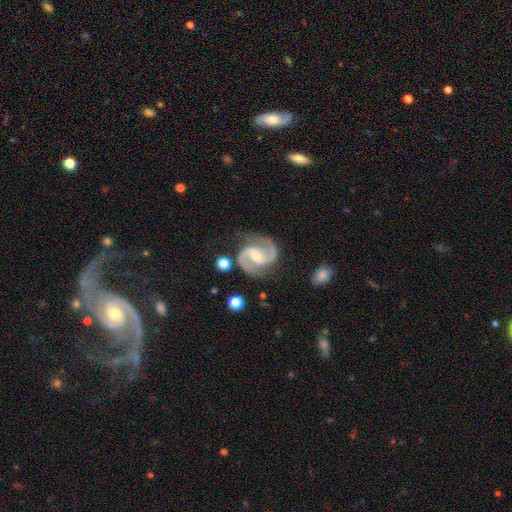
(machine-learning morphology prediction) A featured or disk galaxy (93%) with a weak bar (43%), 2 (94%) medium (63%) spiral arms (98%) and a small central bulge (50%). Merging: none (78%).